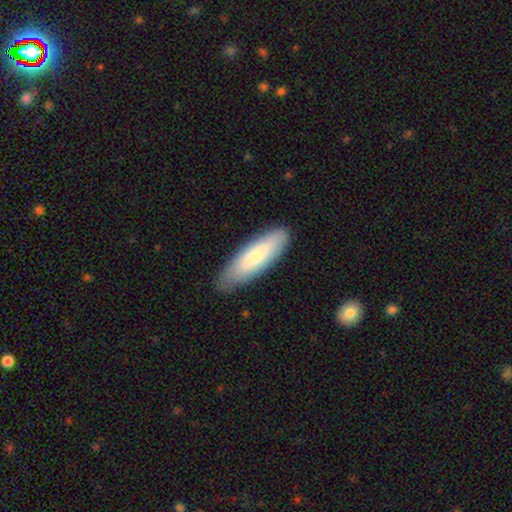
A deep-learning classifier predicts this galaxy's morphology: smooth 78%, featured or disk 17%, star or artifact 5%. Down the decision tree: how rounded — cigar-shaped (52%); merging — none (82%).